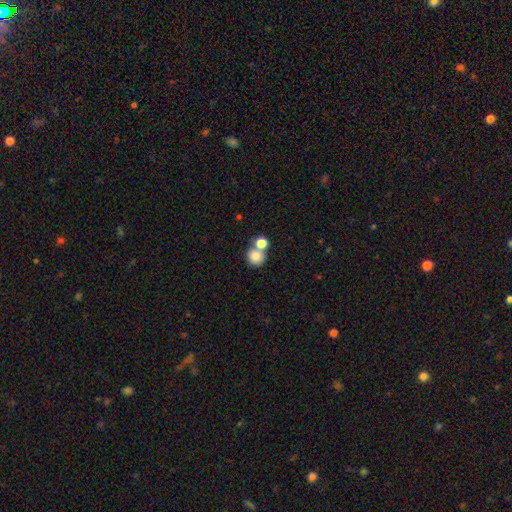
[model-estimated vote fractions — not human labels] smooth_or_featured: smooth (p=0.82) [alt: star or artifact p=0.10]
how_rounded: round (p=0.85) [alt: in between p=0.14]
merging: none (p=0.45) [alt: merger p=0.44]